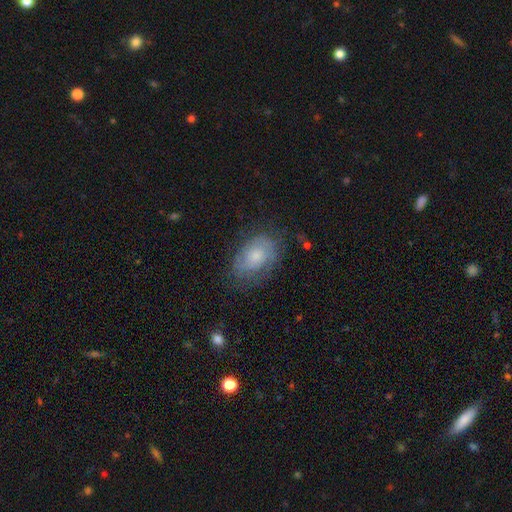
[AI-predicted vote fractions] Smooth or featured? Predicted: featured or disk (p=0.50). Edge-on disk? Predicted: no (p=0.95). Merging? Predicted: none (p=0.67).